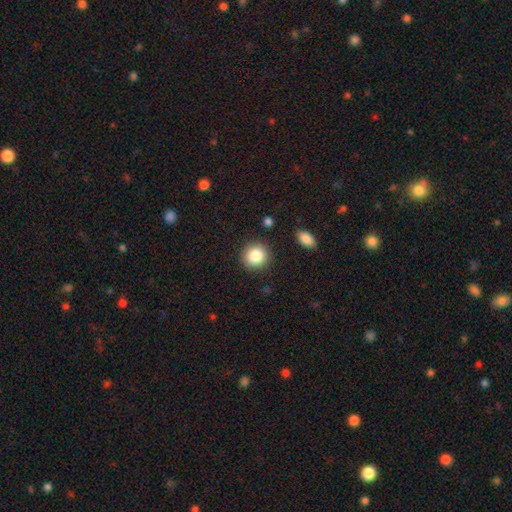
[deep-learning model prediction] Q: Smooth or featured?
A: smooth (85%); runner-up: star or artifact (9%)
Q: How rounded?
A: round (89%); runner-up: in between (10%)
Q: Merging?
A: none (89%); runner-up: minor disturbance (7%)